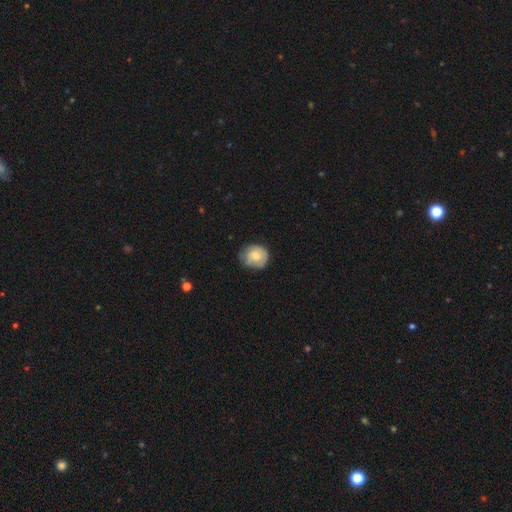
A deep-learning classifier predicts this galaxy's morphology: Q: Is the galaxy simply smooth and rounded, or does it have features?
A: smooth — 66%.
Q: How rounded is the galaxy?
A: round — 72%.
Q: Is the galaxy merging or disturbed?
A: none — 57%.